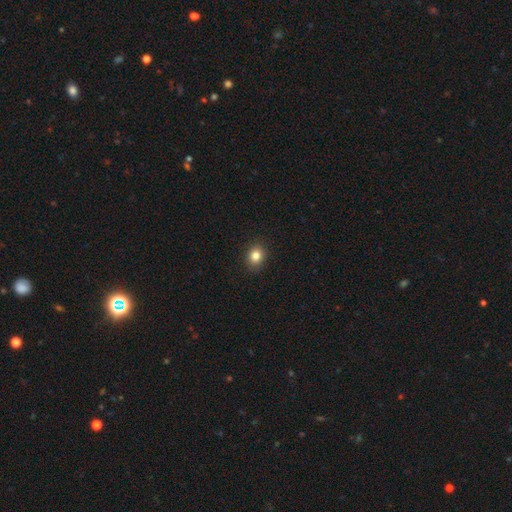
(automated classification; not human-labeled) Smooth or featured?
  - smooth: 84% *
  - star or artifact: 11%
  - featured or disk: 6%
How rounded?
  - round: 63% *
  - in between: 36%
  - cigar-shaped: 1%
Merging?
  - none: 90% *
  - minor disturbance: 7%
  - major disturbance: 2%
  - merger: 1%